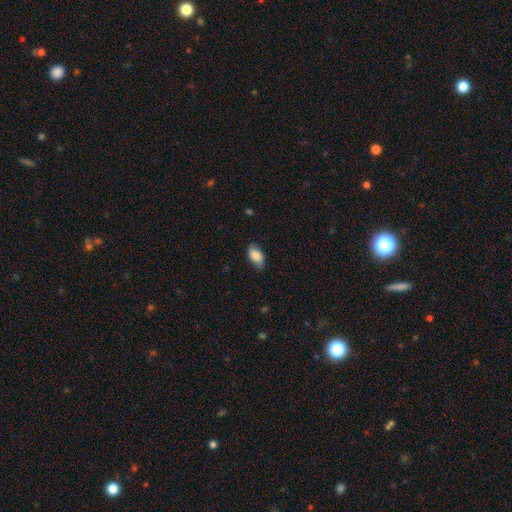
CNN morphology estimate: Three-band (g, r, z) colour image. It shows a smooth galaxy with no disk features (83%) that is in between round and cigar-shaped (92%). Merging: none (77%).